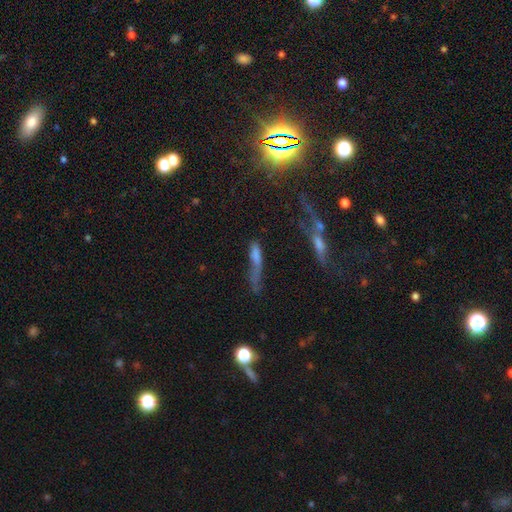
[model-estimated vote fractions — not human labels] Q: Smooth or featured?
A: smooth (49%); runner-up: featured or disk (33%)
Q: Merging?
A: none (31%); runner-up: major disturbance (30%)